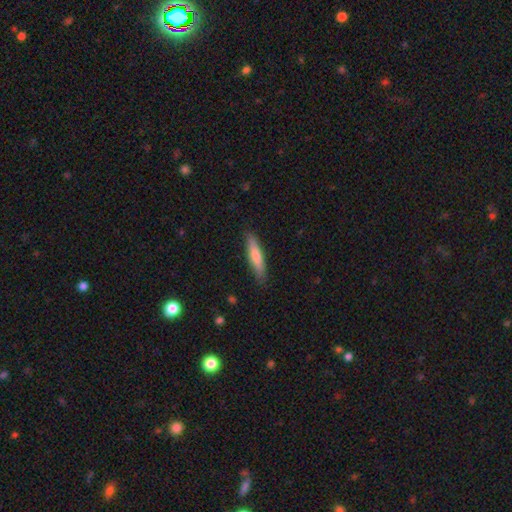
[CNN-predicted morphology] Overall: smooth (65%; featured or disk 29%). How rounded: cigar-shaped (85%). Merging: none (88%).